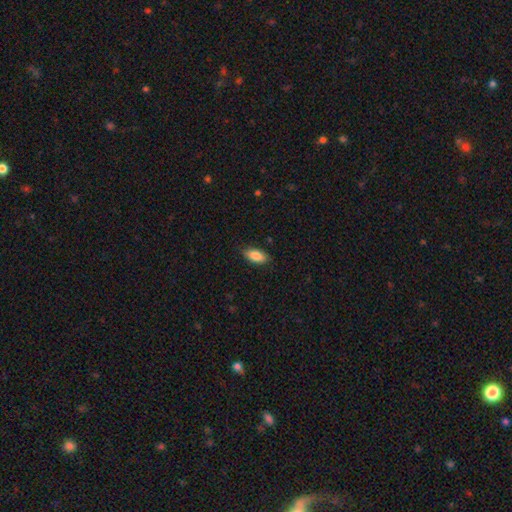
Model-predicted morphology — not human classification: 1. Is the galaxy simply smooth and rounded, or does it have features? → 87% smooth, 6% featured or disk, 6% star or artifact.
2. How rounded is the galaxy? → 91% in between, 7% cigar-shaped, 2% round.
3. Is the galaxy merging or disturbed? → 85% none, 11% minor disturbance, 2% major disturbance, 1% merger.